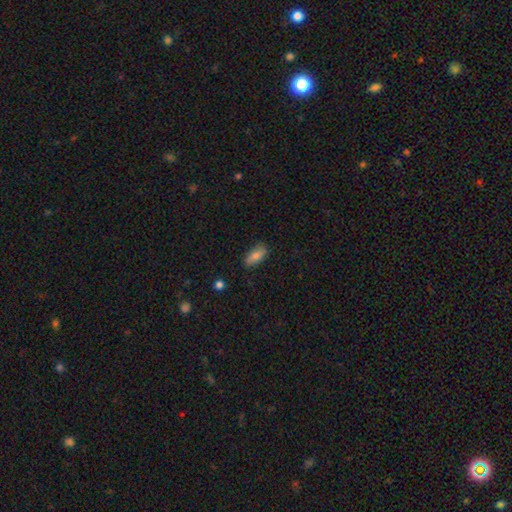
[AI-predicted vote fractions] This appears to be a smooth galaxy with no disk features (76%) that is in between round and cigar-shaped (86%). Merging: none (81%).